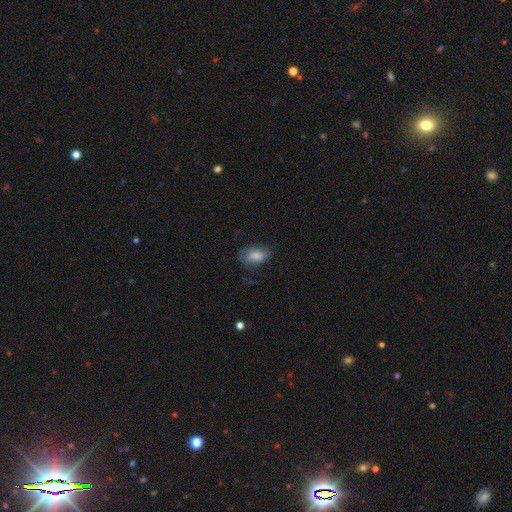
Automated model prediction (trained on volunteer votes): Smooth or featured: smooth — 79% (featured or disk — 14%)
How rounded: in between — 89% (round — 9%)
Merging: none — 66% (minor disturbance — 24%)